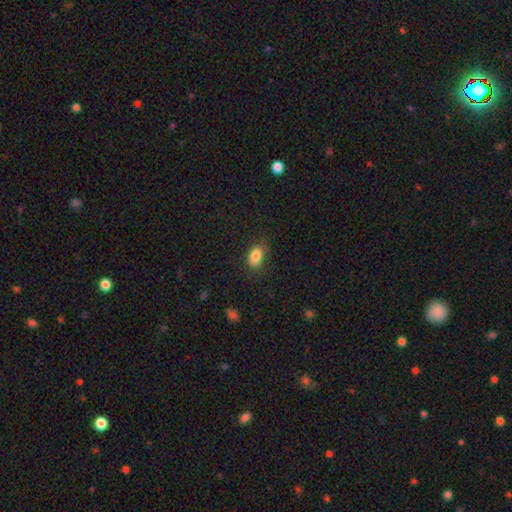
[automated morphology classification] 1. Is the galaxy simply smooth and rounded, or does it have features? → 85% smooth, 9% star or artifact, 6% featured or disk.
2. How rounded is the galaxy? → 86% in between, 12% round, 2% cigar-shaped.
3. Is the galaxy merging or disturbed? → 76% none, 18% minor disturbance, 5% major disturbance, 1% merger.